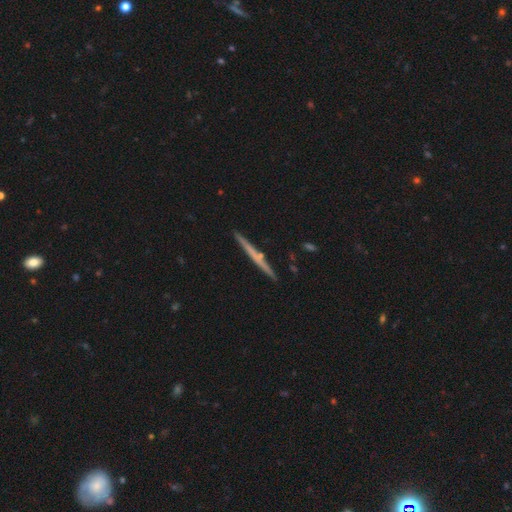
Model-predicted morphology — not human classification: featured or disk 59%, smooth 35%, star or artifact 6%. Down the decision tree: edge-on disk — yes (98%); edge-on bulge — none (75%); merging — none (90%).